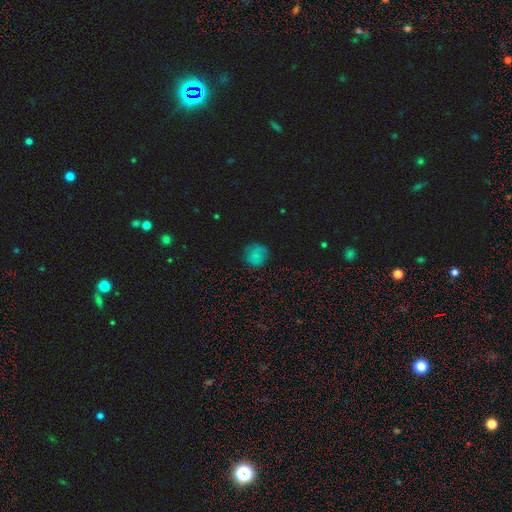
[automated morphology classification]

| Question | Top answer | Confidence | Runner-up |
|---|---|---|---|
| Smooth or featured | smooth | 68% | star or artifact (23%) |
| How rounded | round | 87% | in between (12%) |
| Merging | none | 79% | minor disturbance (15%) |